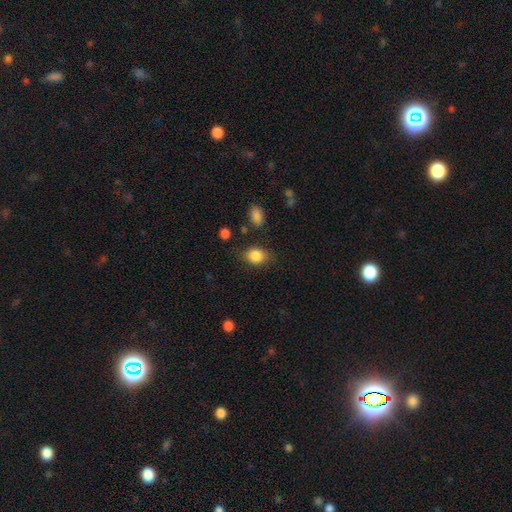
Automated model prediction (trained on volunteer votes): Morphology: type=smooth (86%); roundness=in between (54%); merging=none (76%).